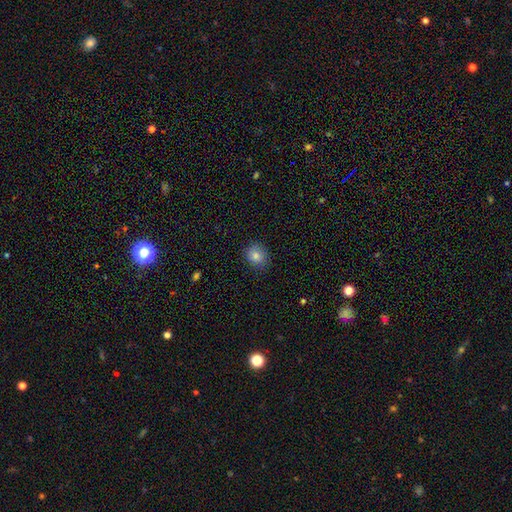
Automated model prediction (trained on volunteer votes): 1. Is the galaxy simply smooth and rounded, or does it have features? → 83% smooth, 10% star or artifact, 7% featured or disk.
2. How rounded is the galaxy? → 75% round, 24% in between, 1% cigar-shaped.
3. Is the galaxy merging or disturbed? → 84% none, 13% minor disturbance, 3% major disturbance, 1% merger.